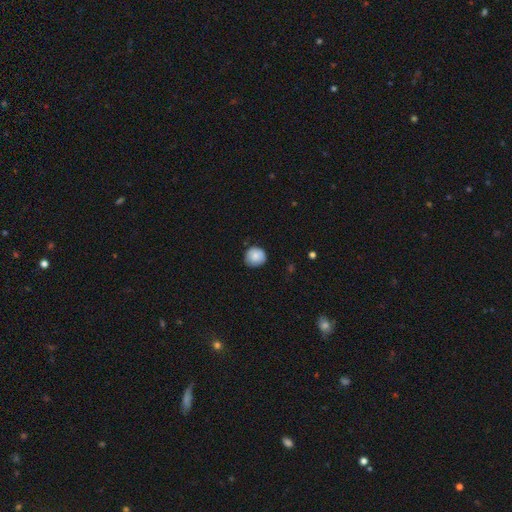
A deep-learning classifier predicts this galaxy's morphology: Q: Smooth or featured?
A: smooth (82%); runner-up: featured or disk (11%)
Q: How rounded?
A: round (89%); runner-up: in between (10%)
Q: Merging?
A: none (77%); runner-up: minor disturbance (19%)